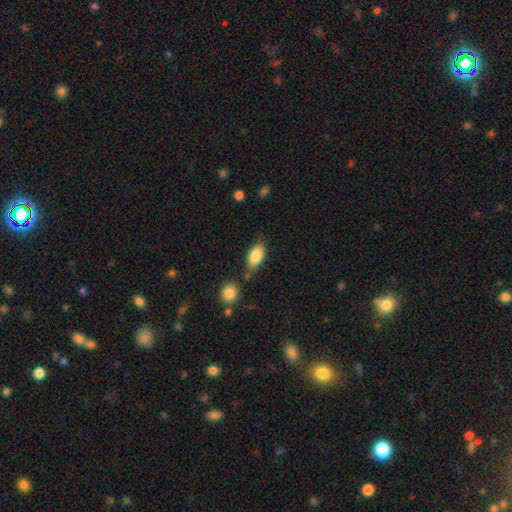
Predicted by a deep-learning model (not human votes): Overall: smooth (85%). How rounded: in between (91%). Merging: none (65%).